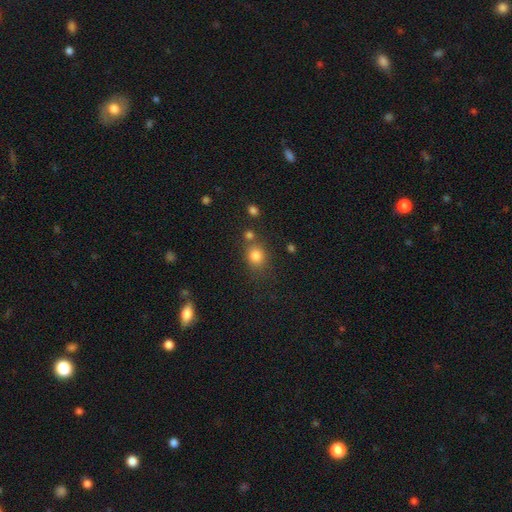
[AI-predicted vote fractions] smooth_or_featured: smooth (p=0.81) [alt: star or artifact p=0.12]
how_rounded: round (p=0.69) [alt: in between p=0.30]
merging: none (p=0.67) [alt: merger p=0.15]